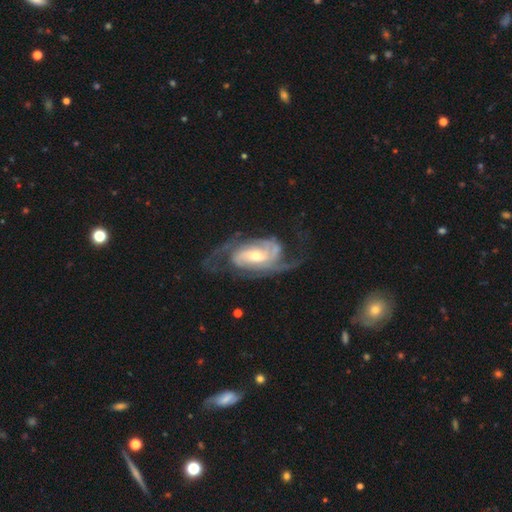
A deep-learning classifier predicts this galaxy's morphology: type=featured or disk (90%); edge-on=no (96%); bar=no (47%); spiral arms=yes (97%); winding=medium (45%); arm count=2 (56%); bulge=moderate (54%); merging=none (62%).